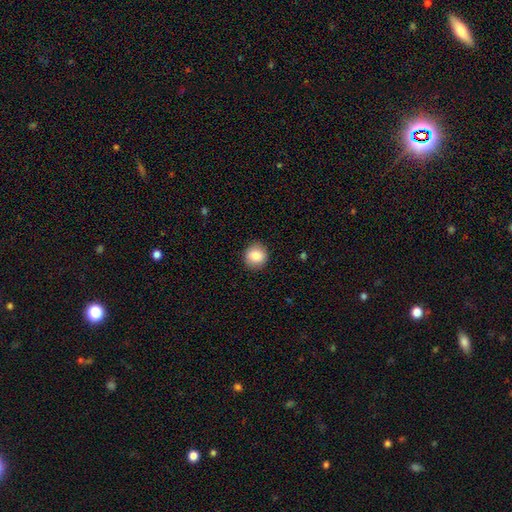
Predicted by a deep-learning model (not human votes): The model was most divided on "smooth or featured": smooth: 86%, star or artifact: 8%, featured or disk: 6%. More confident: merging — none (89%); how rounded — round (89%).